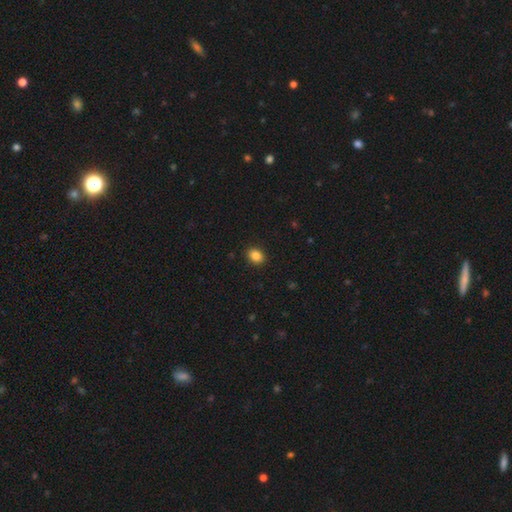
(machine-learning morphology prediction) This appears to be a smooth galaxy with no disk features (86%) that is in between round and cigar-shaped (57%). Merging: none (90%).